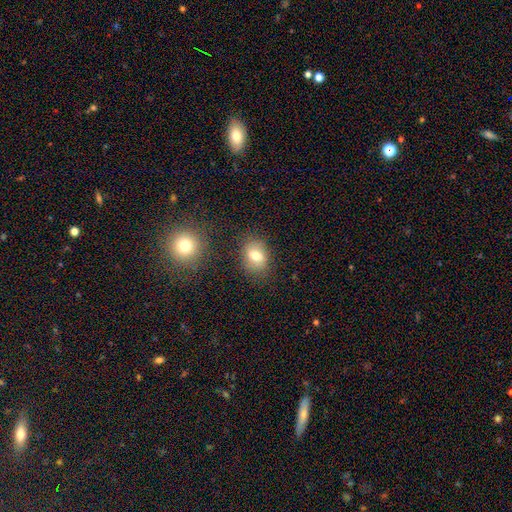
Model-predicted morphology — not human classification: Smooth or featured: smooth — 72% (featured or disk — 17%)
How rounded: in between — 60% (round — 39%)
Merging: none — 77% (minor disturbance — 14%)